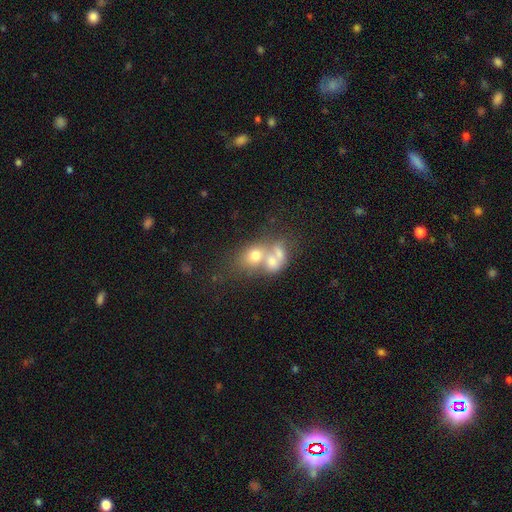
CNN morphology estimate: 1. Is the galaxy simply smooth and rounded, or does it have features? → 51% smooth, 26% star or artifact, 24% featured or disk.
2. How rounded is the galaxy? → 52% round, 41% in between, 7% cigar-shaped.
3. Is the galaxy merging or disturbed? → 63% merger, 25% none, 7% minor disturbance, 5% major disturbance.